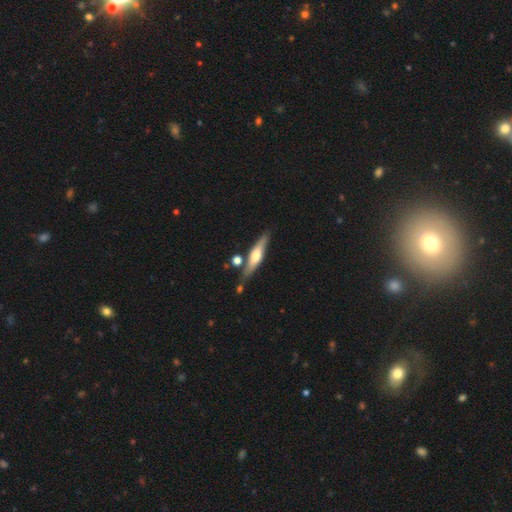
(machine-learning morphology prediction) Smooth or featured: featured or disk — 58% (smooth — 36%)
Edge-on disk: yes — 92% (no — 8%)
Edge-on bulge: rounded — 88% (boxy — 7%)
Merging: none — 75% (minor disturbance — 13%)